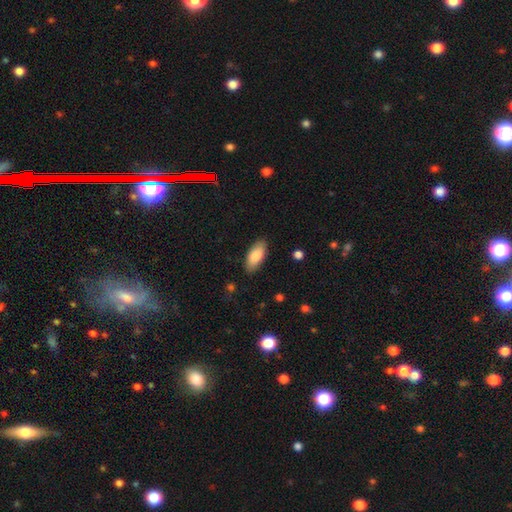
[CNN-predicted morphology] smooth-or-featured: smooth: 84% | featured or disk: 11% | star or artifact: 6%
  how-rounded: in between: 89% | cigar-shaped: 10% | round: 2%
  merging: none: 86% | minor disturbance: 11% | major disturbance: 2% | merger: 1%